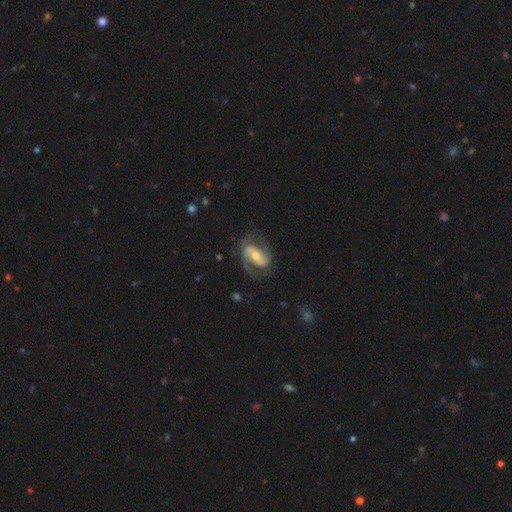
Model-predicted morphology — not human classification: Overall: featured or disk (83%). Edge-on disk: no (97%). Bar: weak (37%, tied with strong). Spiral arms: yes (94%). Spiral arm count: 2 (85%). Spiral winding: medium (52%; loose 26%). Bulge size: moderate (58%; small 33%). Merging: none (67%).